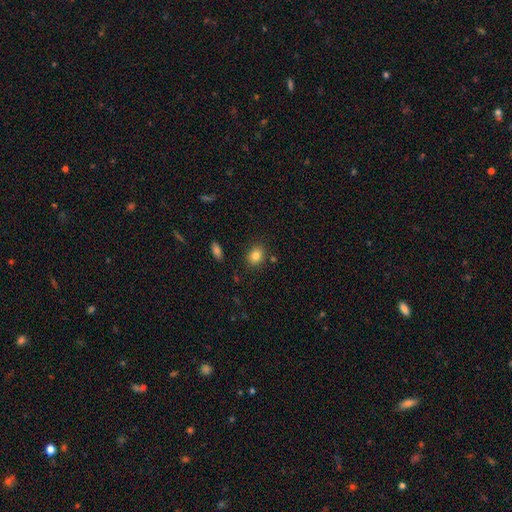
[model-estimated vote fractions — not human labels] Smooth or featured? Predicted: smooth (p=0.83). How rounded? Predicted: round (p=0.61). Merging? Predicted: none (p=0.85).